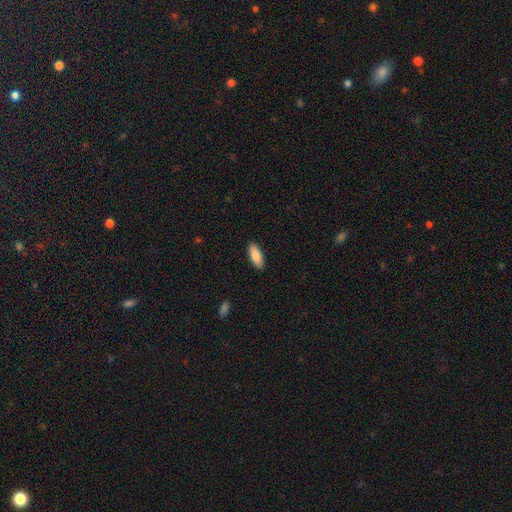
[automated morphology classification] This appears to be a smooth galaxy with no disk features (85%) that is in between round and cigar-shaped (76%). Merging: none (90%).